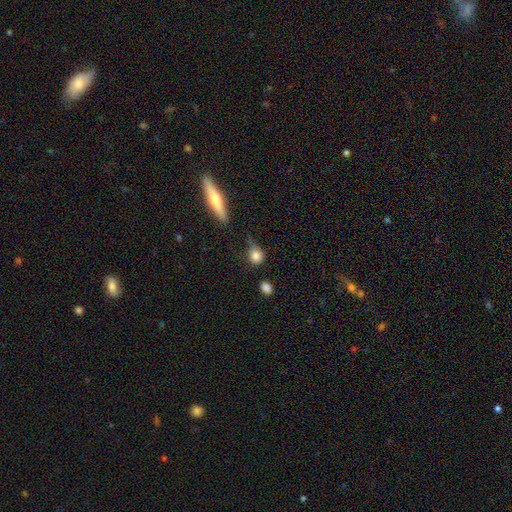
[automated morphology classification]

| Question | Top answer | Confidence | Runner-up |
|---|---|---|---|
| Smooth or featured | smooth | 80% | featured or disk (11%) |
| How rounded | round | 63% | in between (33%) |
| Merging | none | 46% | minor disturbance (33%) |